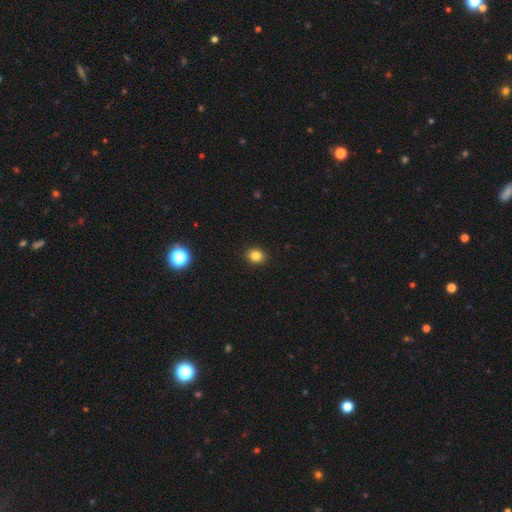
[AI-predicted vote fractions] smooth_or_featured: smooth (p=0.82) [alt: star or artifact p=0.12]
how_rounded: round (p=0.69) [alt: in between p=0.30]
merging: none (p=0.92) [alt: minor disturbance p=0.06]